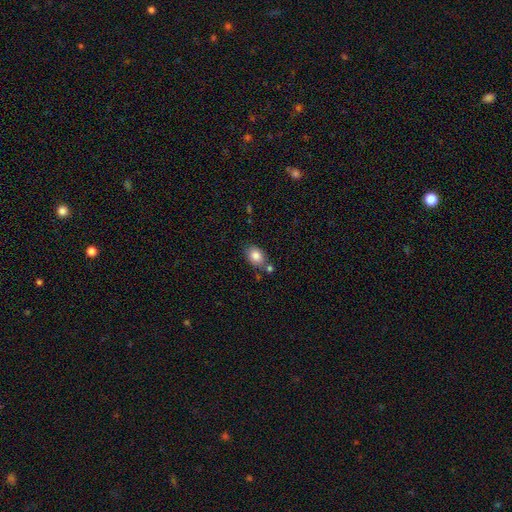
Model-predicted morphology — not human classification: This appears to be a smooth galaxy with no disk features (84%) that is in between round and cigar-shaped (75%). Merging: none (68%).